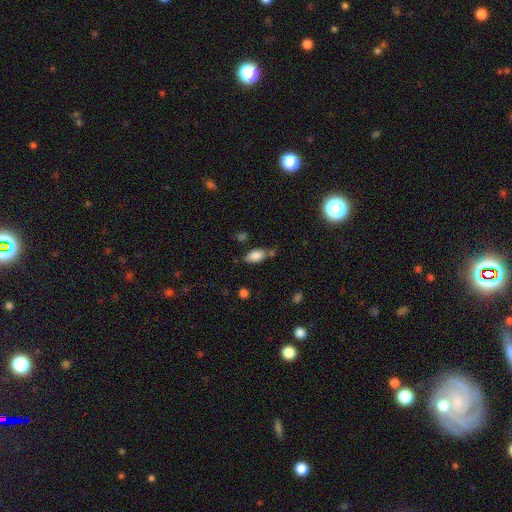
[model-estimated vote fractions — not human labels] This appears to be a smooth galaxy with no disk features (84%) that is in between round and cigar-shaped (90%). Merging: none (65%).